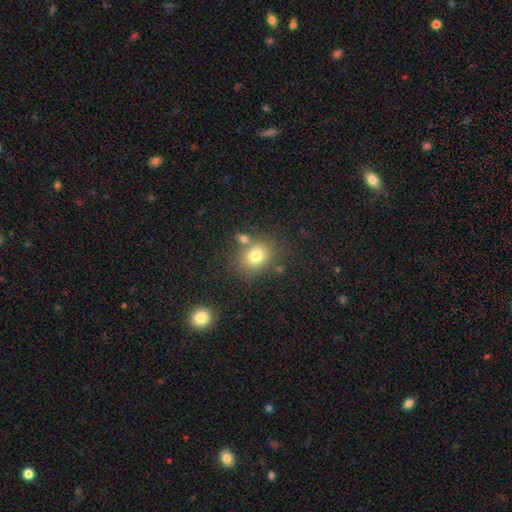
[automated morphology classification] Smooth or featured? smooth (77%)
How rounded? round (53%)
Merging? none (67%)